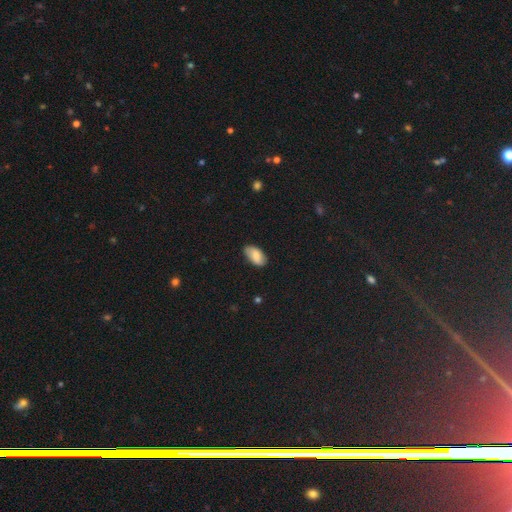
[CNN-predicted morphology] This is likely a smooth galaxy (79%). How rounded: clearly in between (94%). Merging: likely none (75%).